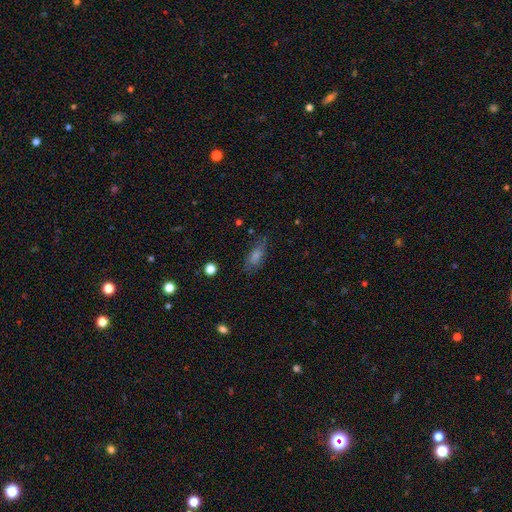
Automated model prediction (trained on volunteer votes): Q: Smooth or featured?
A: smooth (50%); runner-up: featured or disk (30%)
Q: Merging?
A: none (71%); runner-up: minor disturbance (20%)